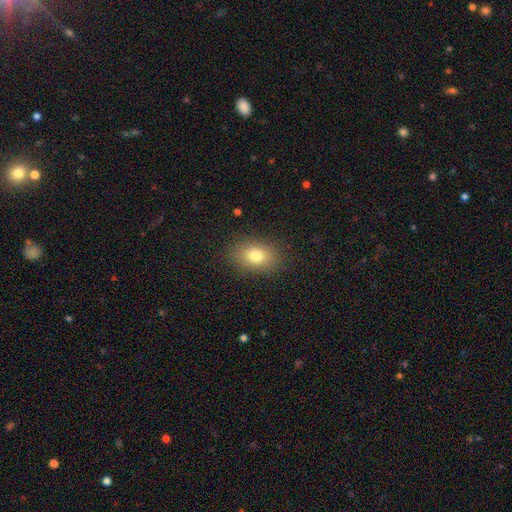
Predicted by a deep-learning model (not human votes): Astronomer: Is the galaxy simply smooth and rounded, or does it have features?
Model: smooth — 79%.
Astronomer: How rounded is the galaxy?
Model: in between — 78%.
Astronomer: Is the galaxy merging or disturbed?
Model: none — 86%.